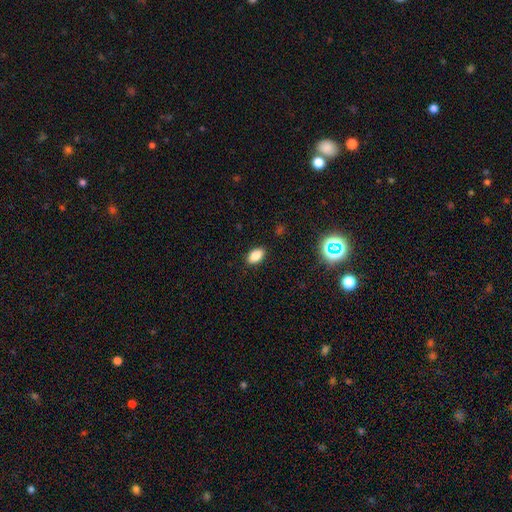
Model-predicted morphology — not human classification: Smooth or featured: smooth — 84% (star or artifact — 10%)
How rounded: in between — 91% (round — 6%)
Merging: none — 89% (minor disturbance — 8%)